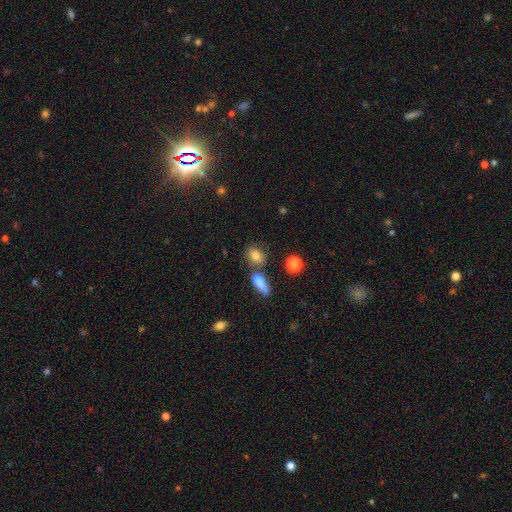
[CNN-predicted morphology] This is likely a smooth galaxy (78%). How rounded: likely in between (62%). Merging: likely none (65%).